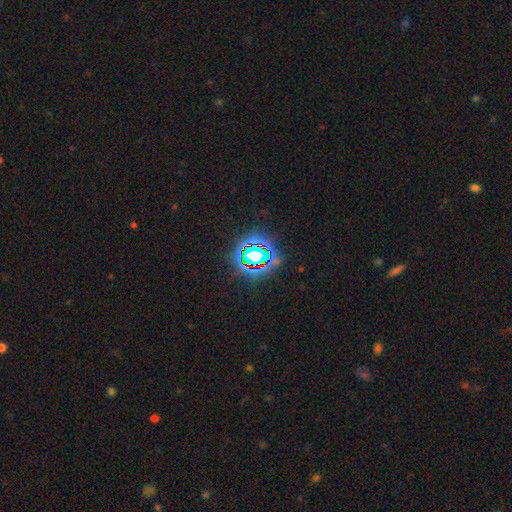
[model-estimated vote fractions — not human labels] A star or artifact, not a galaxy (72%).

Vote fractions:
- Smooth or featured? star or artifact: 72% / smooth: 17% / featured or disk: 11%